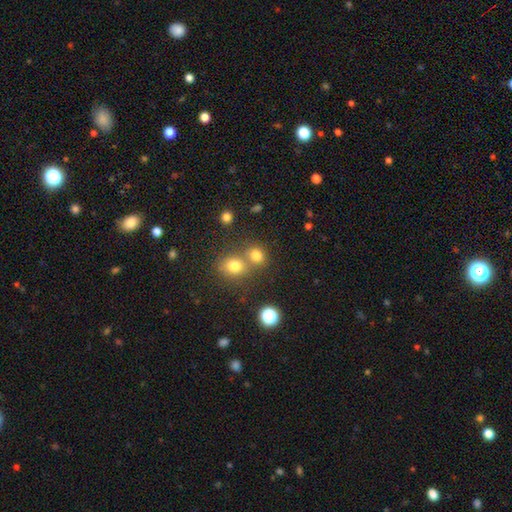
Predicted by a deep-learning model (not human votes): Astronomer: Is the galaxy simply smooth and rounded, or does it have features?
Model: smooth — 74%.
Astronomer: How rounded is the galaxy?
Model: round — 75%.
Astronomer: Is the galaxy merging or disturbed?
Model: none — 51% (runner-up: merger, 38%).